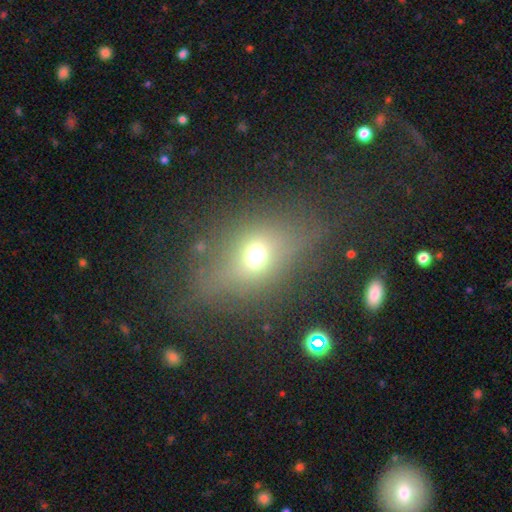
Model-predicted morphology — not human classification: The model was most divided on "how rounded": in between: 50%, round: 44%, cigar-shaped: 6%. More confident: merging — none (64%); smooth or featured — smooth (57%).